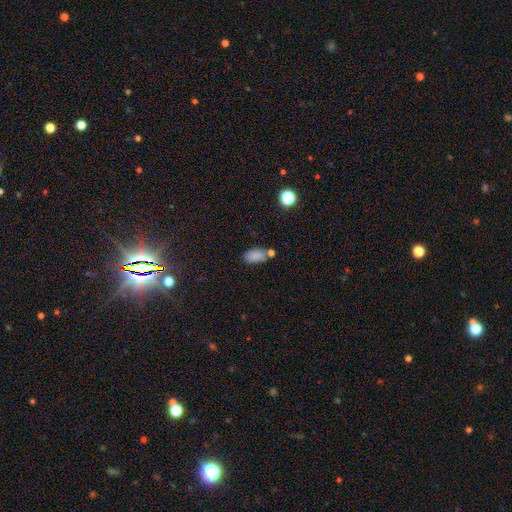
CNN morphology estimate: The model was most divided on "merging": none: 59%, minor disturbance: 18%, merger: 18%, major disturbance: 5%. More confident: how rounded — in between (91%); smooth or featured — smooth (80%).